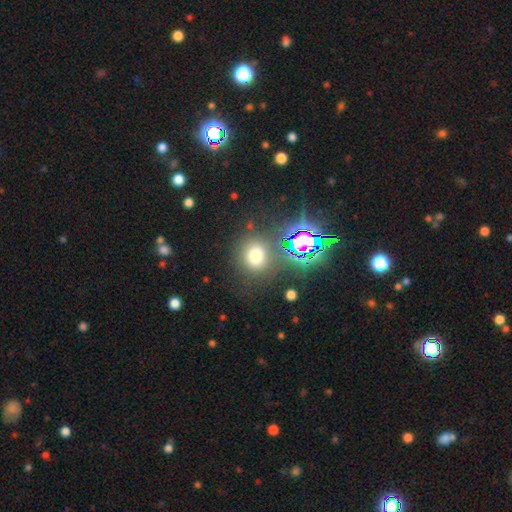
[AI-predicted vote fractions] smooth 66%, star or artifact 25%, featured or disk 9%. Down the decision tree: how rounded — round (80%); merging — none (79%).